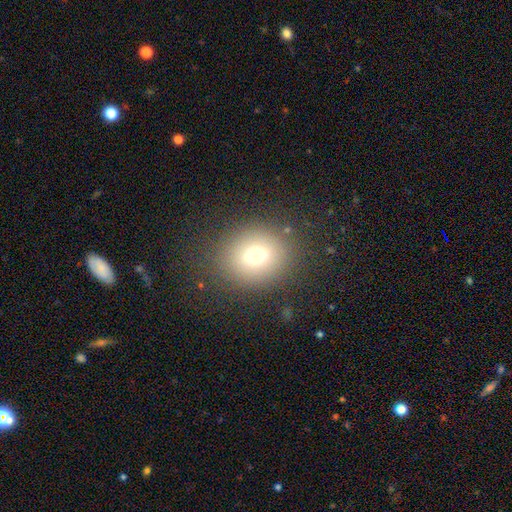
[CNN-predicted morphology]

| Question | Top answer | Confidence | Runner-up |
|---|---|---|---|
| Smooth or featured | smooth | 73% | star or artifact (14%) |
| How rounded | round | 55% | in between (44%) |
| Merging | none | 84% | minor disturbance (10%) |